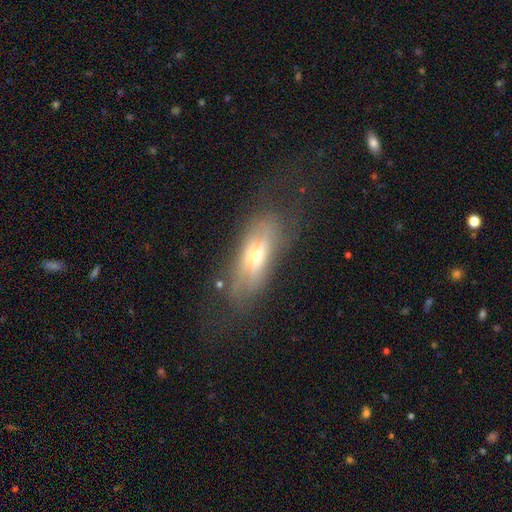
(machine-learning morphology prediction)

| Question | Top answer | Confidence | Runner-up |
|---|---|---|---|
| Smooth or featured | featured or disk | 56% | smooth (35%) |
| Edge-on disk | yes | 72% | no (28%) |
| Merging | none | 61% | minor disturbance (22%) |